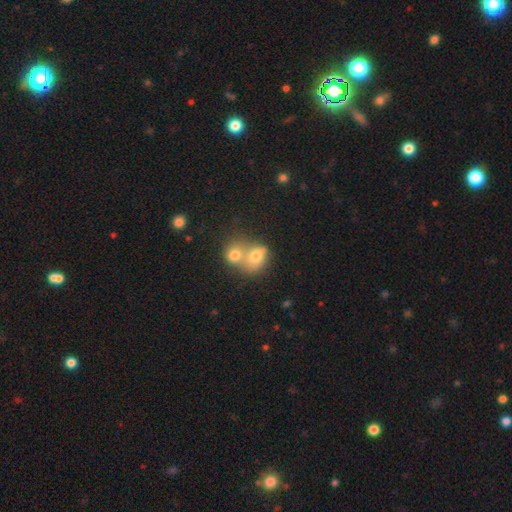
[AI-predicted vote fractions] Smooth or featured?
  - smooth: 72% *
  - featured or disk: 16%
  - star or artifact: 12%
How rounded?
  - round: 59% *
  - in between: 40%
  - cigar-shaped: 1%
Merging?
  - merger: 69% *
  - none: 21%
  - minor disturbance: 6%
  - major disturbance: 4%